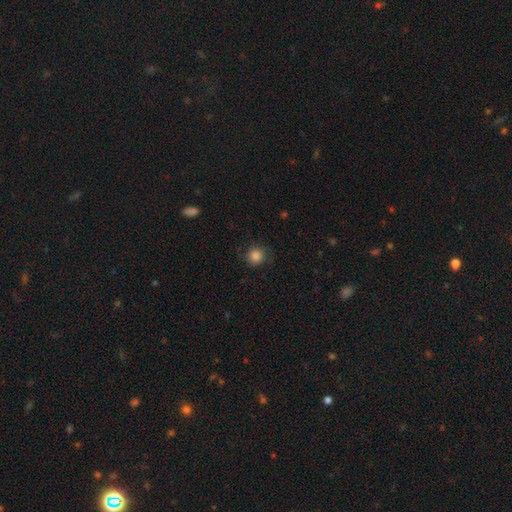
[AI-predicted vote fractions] Overall: smooth (86%). How rounded: round (91%). Merging: none (83%).